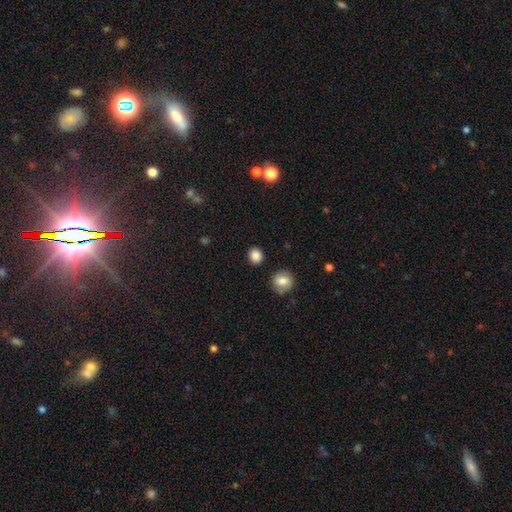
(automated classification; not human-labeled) A smooth galaxy with no disk features (87%) that is round (77%). Merging: none (88%).